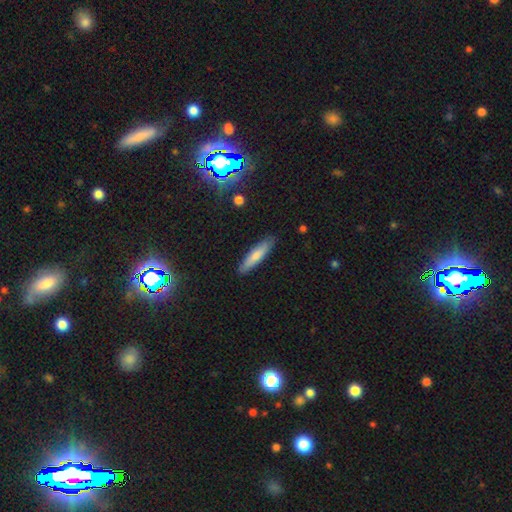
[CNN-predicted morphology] This appears to be a smooth galaxy with no disk features (74%) that is cigar-shaped (80%). Merging: none (87%).